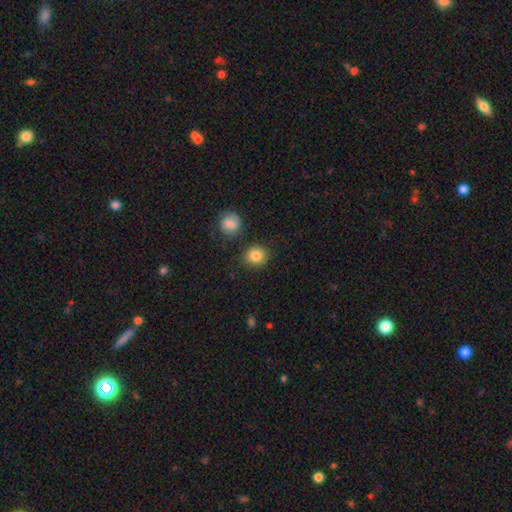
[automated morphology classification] Overall: smooth (84%). How rounded: round (79%). Merging: none (84%).